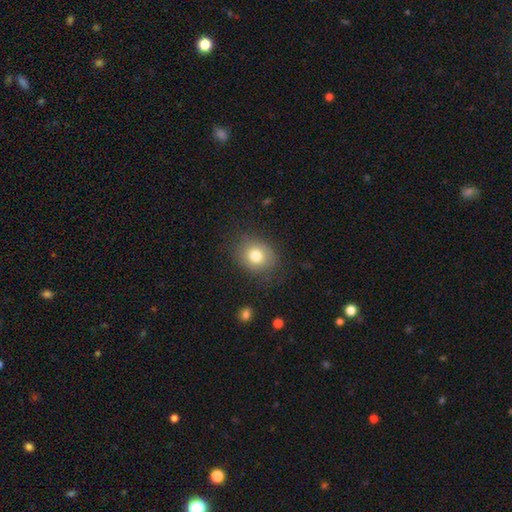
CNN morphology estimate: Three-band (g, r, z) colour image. It shows a smooth galaxy with no disk features (76%) that is round (58%). Merging: none (77%).